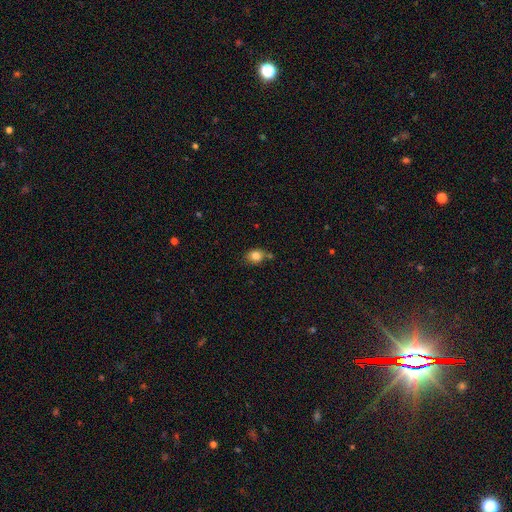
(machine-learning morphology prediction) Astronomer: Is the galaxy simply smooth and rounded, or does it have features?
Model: smooth — 84%.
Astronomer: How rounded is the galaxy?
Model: round — 51% (runner-up: in between, 48%).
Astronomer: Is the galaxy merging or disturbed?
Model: none — 67%.